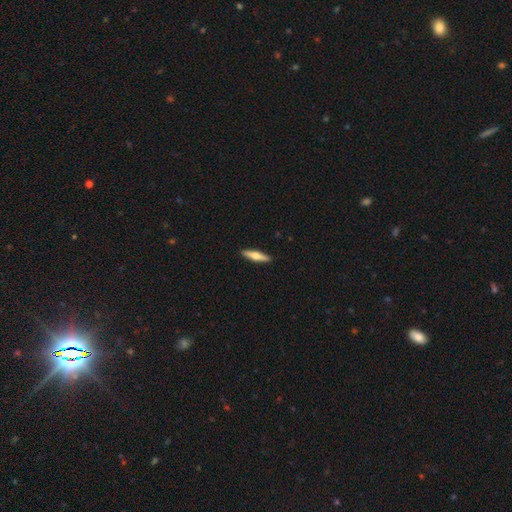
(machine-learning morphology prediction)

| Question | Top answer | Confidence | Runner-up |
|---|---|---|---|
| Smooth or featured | smooth | 49% | featured or disk (46%) |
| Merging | none | 91% | minor disturbance (6%) |